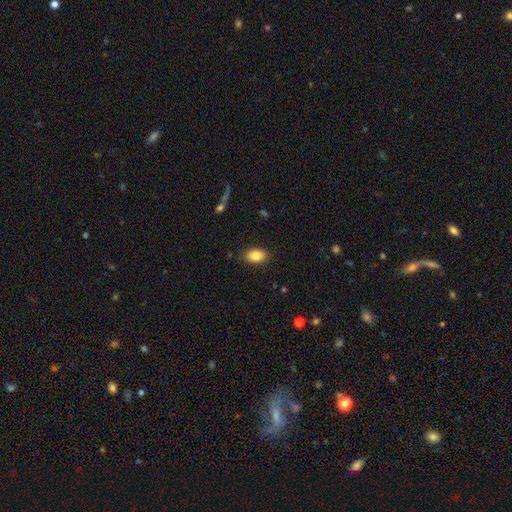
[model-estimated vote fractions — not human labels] A smooth galaxy with no disk features (85%) that is in between round and cigar-shaped (88%).

Vote fractions:
- Smooth or featured? smooth: 85% / star or artifact: 8% / featured or disk: 7%
- How rounded? in between: 88% / round: 10% / cigar-shaped: 2%
- Merging? none: 85% / minor disturbance: 11% / major disturbance: 3% / merger: 1%